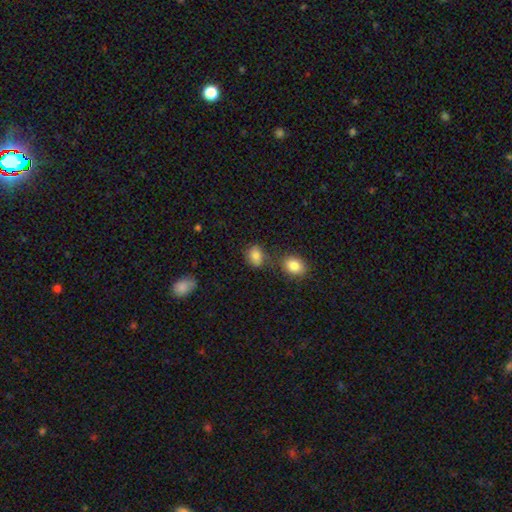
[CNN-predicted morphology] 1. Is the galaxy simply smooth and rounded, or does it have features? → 83% smooth, 10% star or artifact, 7% featured or disk.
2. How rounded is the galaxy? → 64% in between, 34% round, 1% cigar-shaped.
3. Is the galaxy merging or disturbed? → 64% none, 19% minor disturbance, 12% merger, 5% major disturbance.